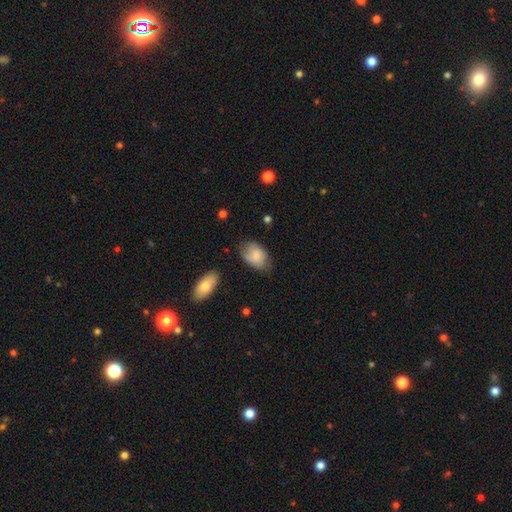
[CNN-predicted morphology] A smooth galaxy with no disk features (78%) that is in between round and cigar-shaped (88%). Merging: none (59%).